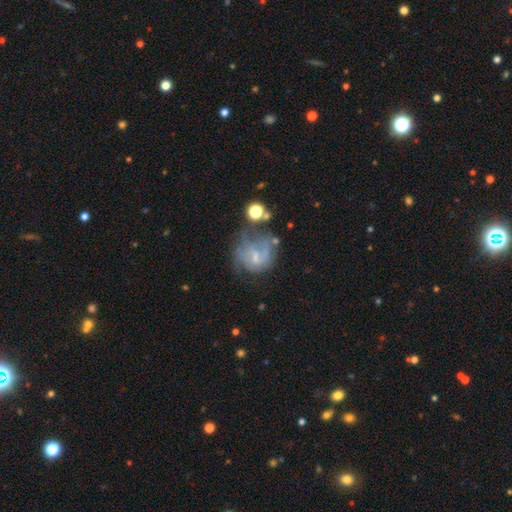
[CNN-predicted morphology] This appears to be a featured or disk galaxy (56%) with no bar (47%), spiral arms (57%) and a small central bulge (47%). Merging: none (35%).